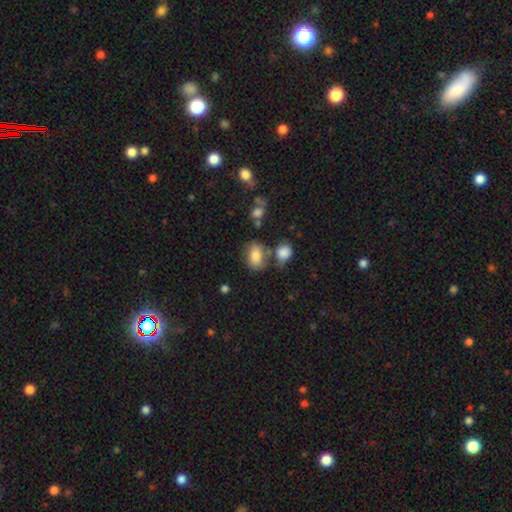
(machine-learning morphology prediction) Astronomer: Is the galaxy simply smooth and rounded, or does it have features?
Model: smooth — 79%.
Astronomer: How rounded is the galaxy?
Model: in between — 81%.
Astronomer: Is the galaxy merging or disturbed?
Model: none — 59%.